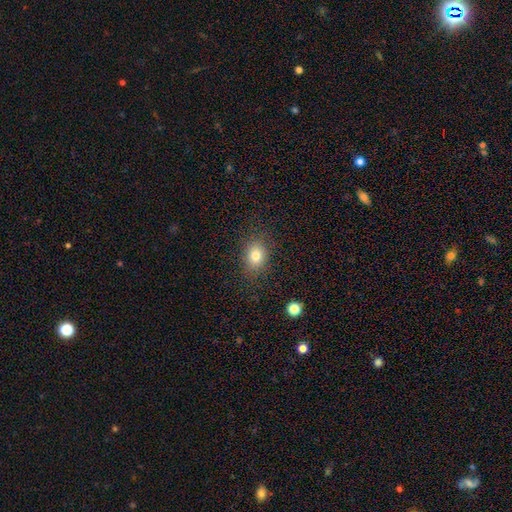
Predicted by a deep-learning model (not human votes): Overall: smooth (79%). How rounded: in between (57%; round 42%). Merging: none (84%).